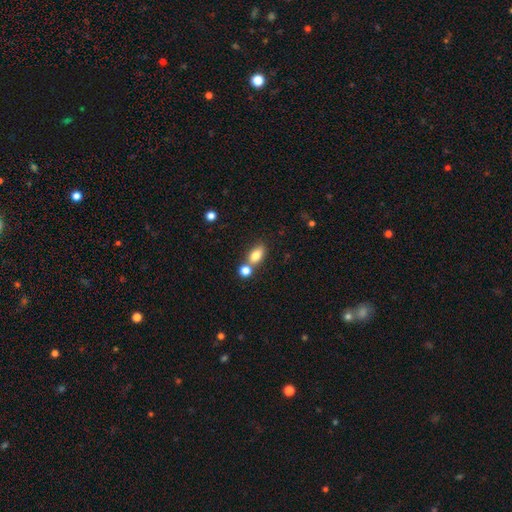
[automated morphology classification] This is likely a smooth galaxy (80%). How rounded: clearly in between (81%). Merging: possibly none (50%).